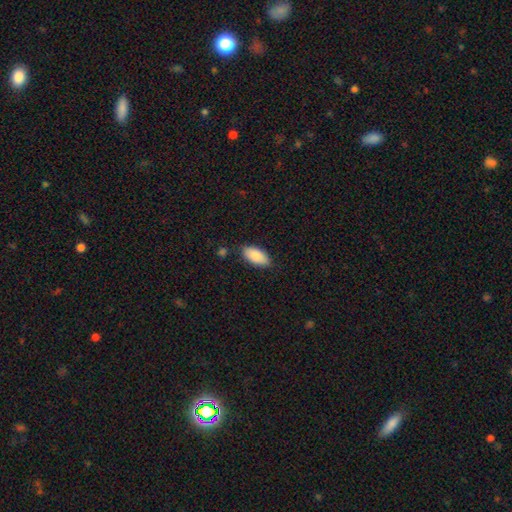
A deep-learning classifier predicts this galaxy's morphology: type=smooth (87%); roundness=in between (93%); merging=none (82%).